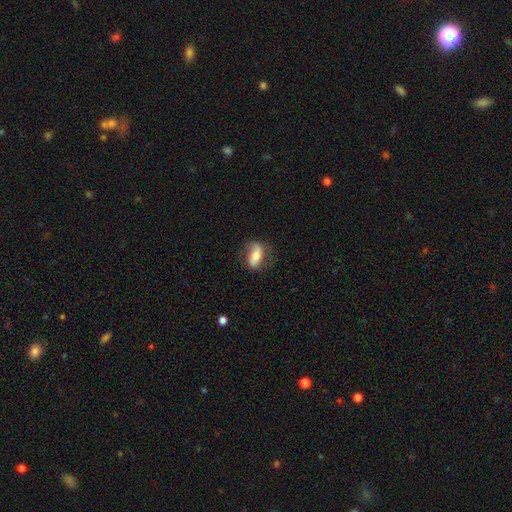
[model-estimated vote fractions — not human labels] Smooth or featured?
  - smooth: 49% *
  - featured or disk: 44%
  - star or artifact: 7%
Merging?
  - none: 66% *
  - minor disturbance: 22%
  - major disturbance: 10%
  - merger: 2%